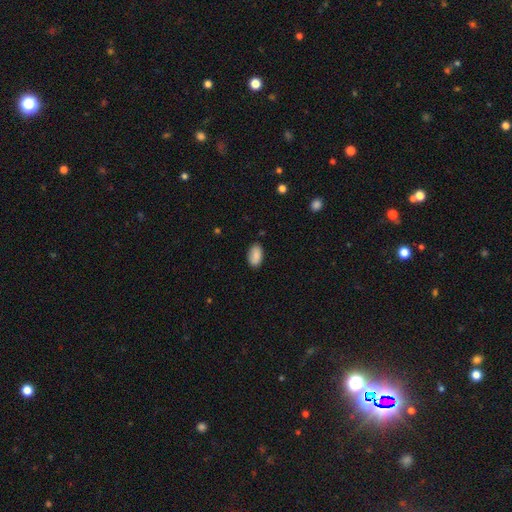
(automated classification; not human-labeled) Smooth or featured: smooth — 88% (star or artifact — 7%)
How rounded: in between — 94% (round — 4%)
Merging: none — 83% (minor disturbance — 13%)